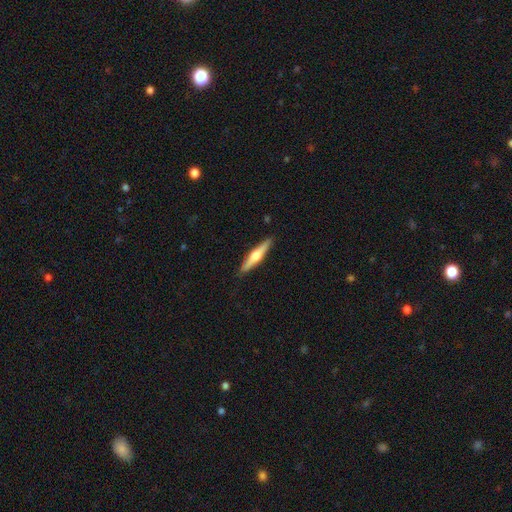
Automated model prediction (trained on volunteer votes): smooth-or-featured: featured or disk: 60% | smooth: 35% | star or artifact: 5%
  disk-edge-on: yes: 97% | no: 3%
    edge-on-bulge: rounded: 91% | boxy: 5% | none: 4%
  merging: none: 91% | minor disturbance: 7% | major disturbance: 1% | merger: 1%